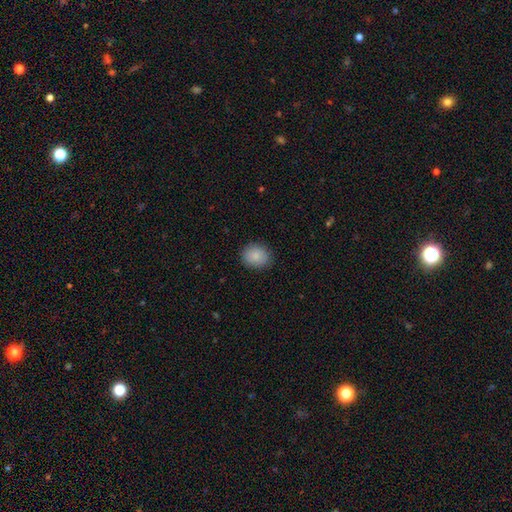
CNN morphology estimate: The model was most divided on "how rounded": round: 64%, in between: 35%, cigar-shaped: 1%. More confident: smooth or featured — smooth (87%); merging — none (86%).